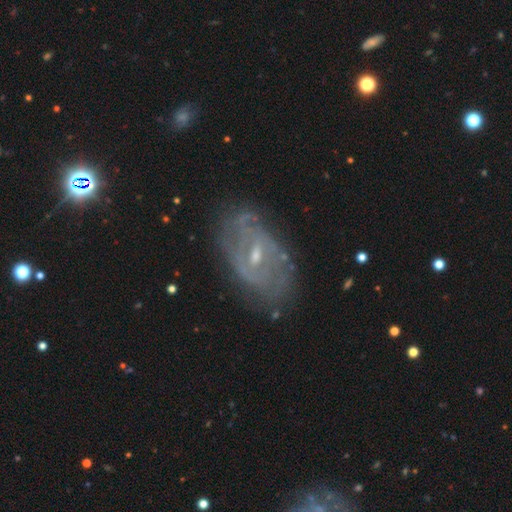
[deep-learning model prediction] Smooth or featured: featured or disk — 81% (smooth — 11%)
Edge-on disk: no — 94% (yes — 6%)
Bar: weak — 55% (no — 26%)
Spiral arms: yes — 84% (no — 16%)
Spiral winding: tight — 49% (medium — 36%)
Spiral arm count: can't tell — 39% (tied with 2 — 39%)
Bulge size: small — 59% (moderate — 36%)
Merging: none — 72% (minor disturbance — 19%)